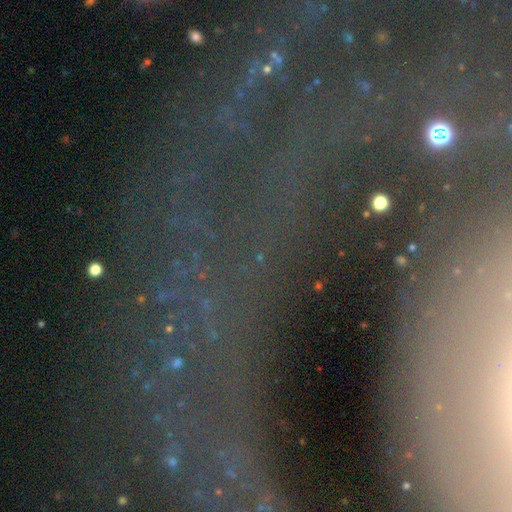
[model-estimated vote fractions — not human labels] smooth_or_featured: star or artifact (p=0.62) [alt: featured or disk p=0.23]